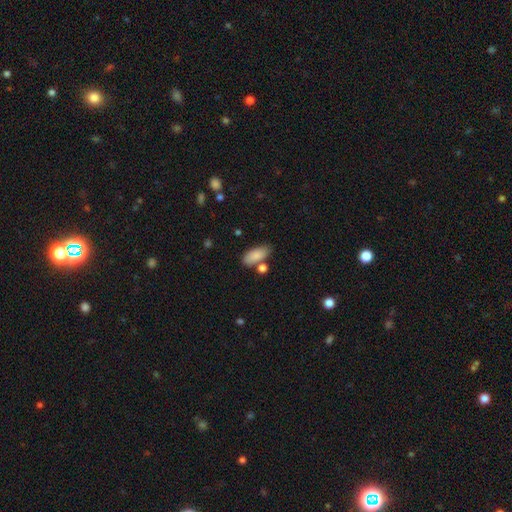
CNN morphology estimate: smooth_or_featured: smooth (p=0.86) [alt: featured or disk p=0.07]
how_rounded: in between (p=0.85) [alt: cigar-shaped p=0.13]
merging: none (p=0.70) [alt: minor disturbance p=0.14]